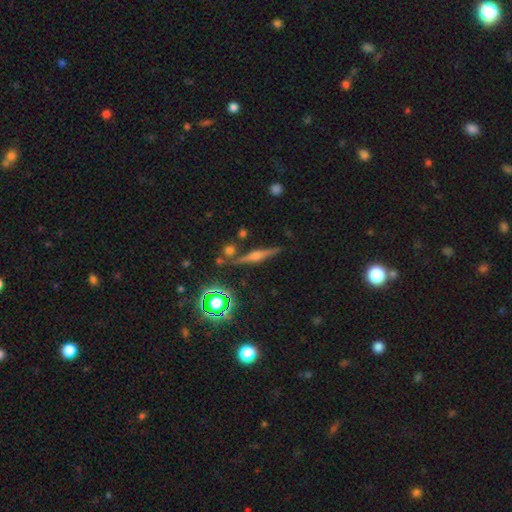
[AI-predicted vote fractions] Smooth or featured? featured or disk (70%)
Edge-on disk? yes (96%)
Edge-on bulge? rounded (87%)
Merging? none (84%)